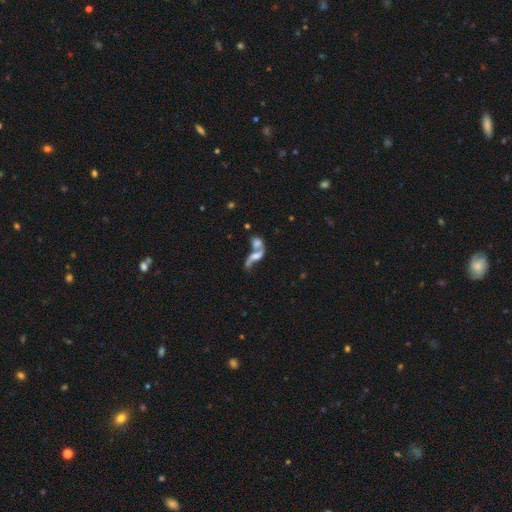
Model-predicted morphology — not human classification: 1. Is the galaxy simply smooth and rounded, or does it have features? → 57% featured or disk, 32% smooth, 11% star or artifact.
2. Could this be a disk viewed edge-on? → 88% no, 12% yes.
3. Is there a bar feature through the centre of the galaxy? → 64% no, 25% weak, 11% strong.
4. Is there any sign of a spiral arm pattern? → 64% yes, 36% no.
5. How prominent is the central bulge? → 40% none, 23% small, 22% moderate, 11% large, 3% dominant.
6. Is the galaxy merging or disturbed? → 62% merger, 18% none, 12% major disturbance, 7% minor disturbance.